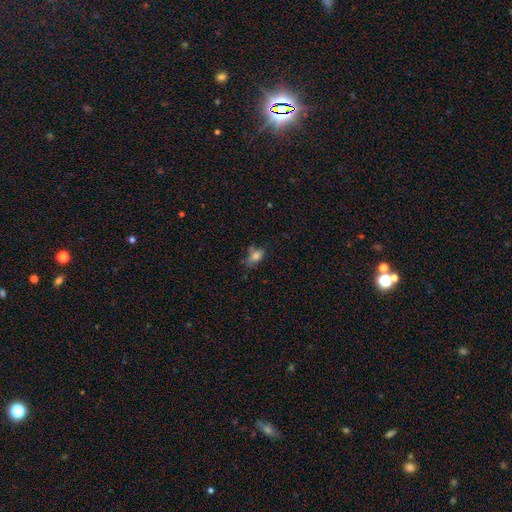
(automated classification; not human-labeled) smooth 74%, featured or disk 13%, star or artifact 13%. Down the decision tree: how rounded — in between (81%); merging — none (45%).